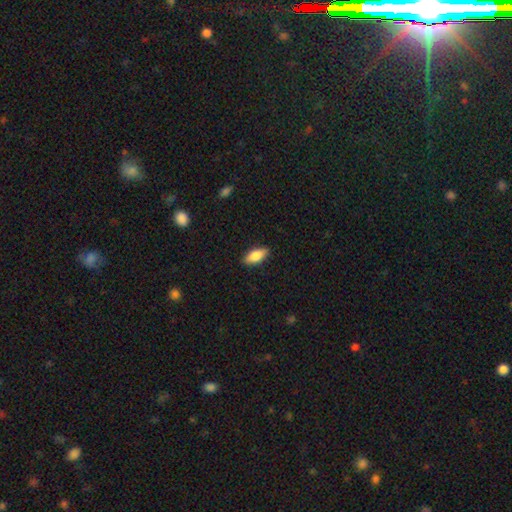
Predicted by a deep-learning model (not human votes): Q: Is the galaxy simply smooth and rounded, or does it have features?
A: smooth — 77%.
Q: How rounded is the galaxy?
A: in between — 82%.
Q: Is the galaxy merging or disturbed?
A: none — 88%.